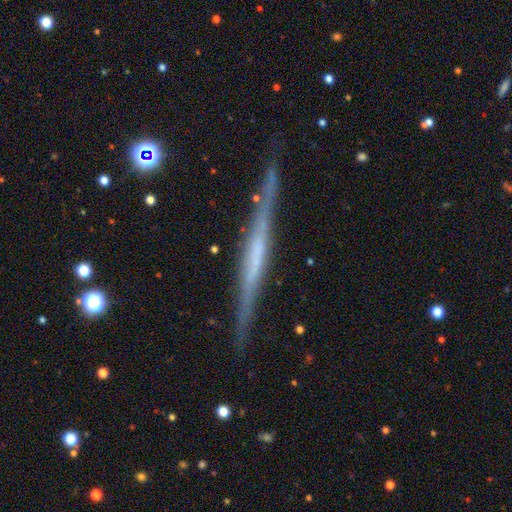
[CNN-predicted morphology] Q: Smooth or featured?
A: featured or disk (72%); runner-up: smooth (21%)
Q: Edge-on disk?
A: yes (97%); runner-up: no (3%)
Q: Edge-on bulge?
A: none (70%); runner-up: boxy (16%)
Q: Merging?
A: none (86%); runner-up: minor disturbance (10%)